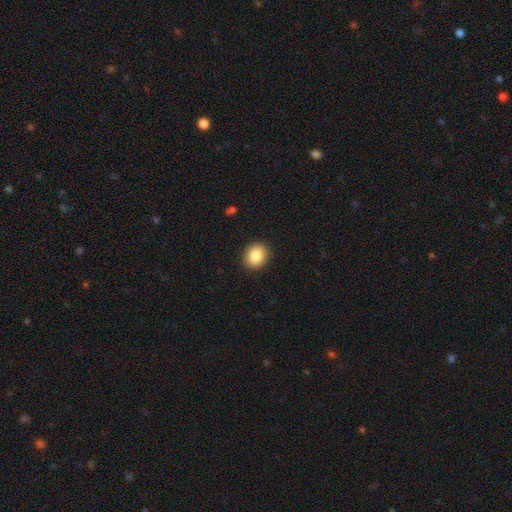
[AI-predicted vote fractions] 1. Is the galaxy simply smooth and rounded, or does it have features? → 87% smooth, 8% star or artifact, 5% featured or disk.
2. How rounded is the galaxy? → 54% round, 45% in between, 1% cigar-shaped.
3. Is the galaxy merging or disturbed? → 90% none, 7% minor disturbance, 2% major disturbance, 1% merger.